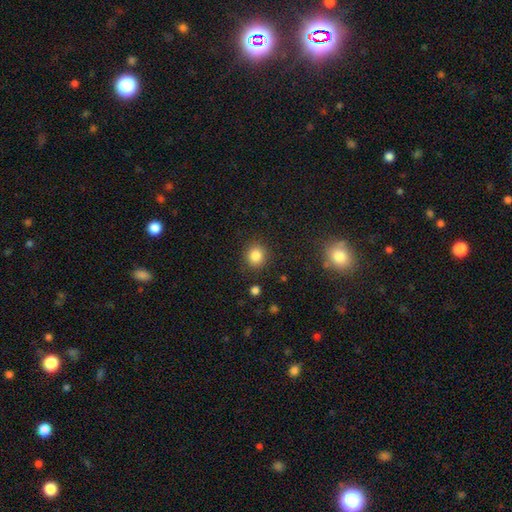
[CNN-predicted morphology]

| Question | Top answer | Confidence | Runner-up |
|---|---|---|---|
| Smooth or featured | smooth | 84% | star or artifact (11%) |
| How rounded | round | 86% | in between (13%) |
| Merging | none | 88% | minor disturbance (7%) |